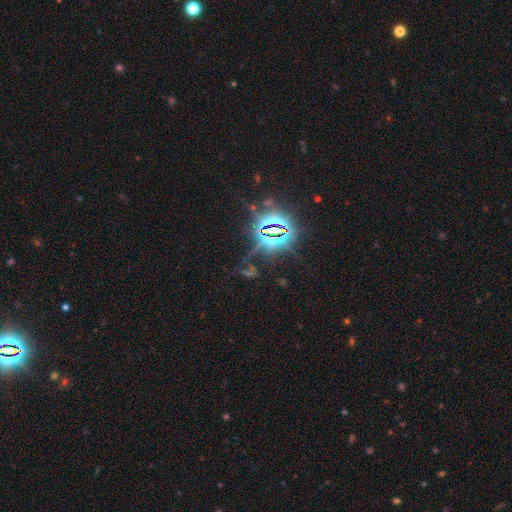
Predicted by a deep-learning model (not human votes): Q: Smooth or featured?
A: star or artifact (85%); runner-up: smooth (8%)